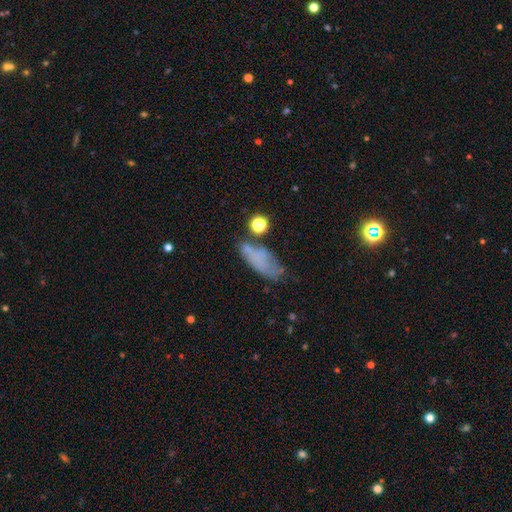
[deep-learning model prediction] This appears to be a smooth galaxy with no disk features (61%) that is in between round and cigar-shaped (72%). Merging: none (47%).